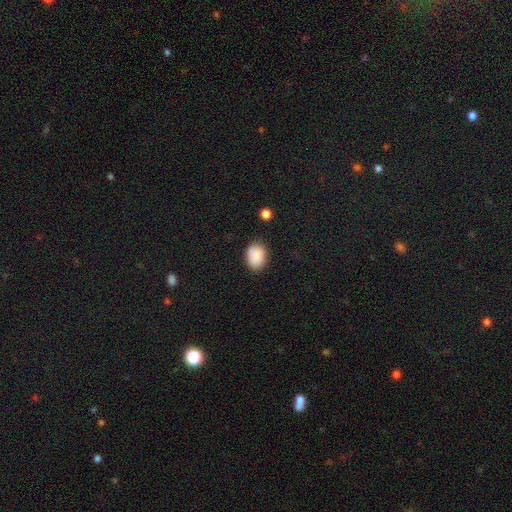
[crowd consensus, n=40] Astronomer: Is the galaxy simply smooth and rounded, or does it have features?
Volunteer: smooth — 95%.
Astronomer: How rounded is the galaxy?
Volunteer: in between — 63%.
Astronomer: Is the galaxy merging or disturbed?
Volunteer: none — 77%.